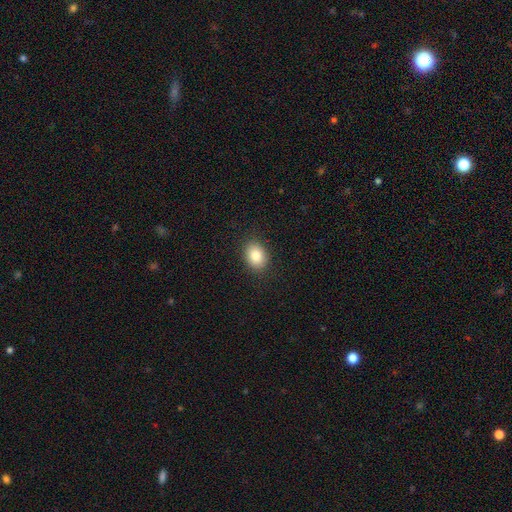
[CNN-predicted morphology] Smooth or featured? Predicted: smooth (p=0.85). How rounded? Predicted: in between (p=0.63). Merging? Predicted: none (p=0.89).